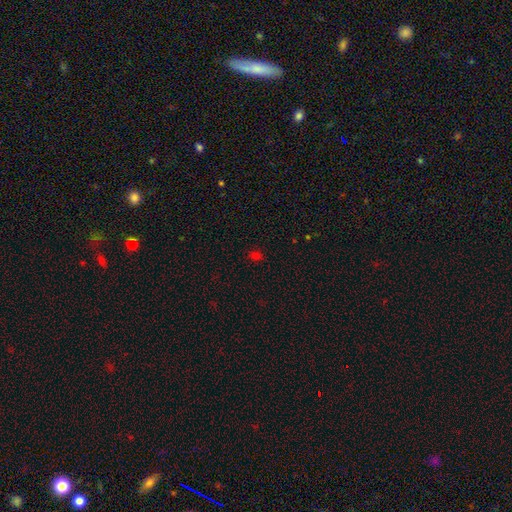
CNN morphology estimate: Smooth or featured: smooth — 66% (star or artifact — 30%)
How rounded: in between — 56% (round — 42%)
Merging: none — 83% (minor disturbance — 11%)